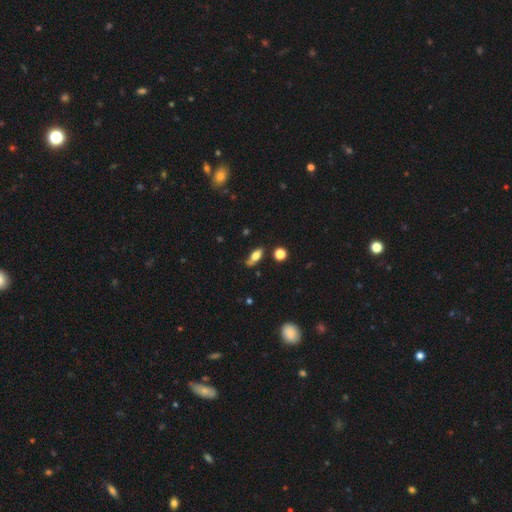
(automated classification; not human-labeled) Q: Smooth or featured?
A: smooth (69%); runner-up: featured or disk (21%)
Q: How rounded?
A: in between (76%); runner-up: cigar-shaped (17%)
Q: Merging?
A: none (58%); runner-up: minor disturbance (26%)